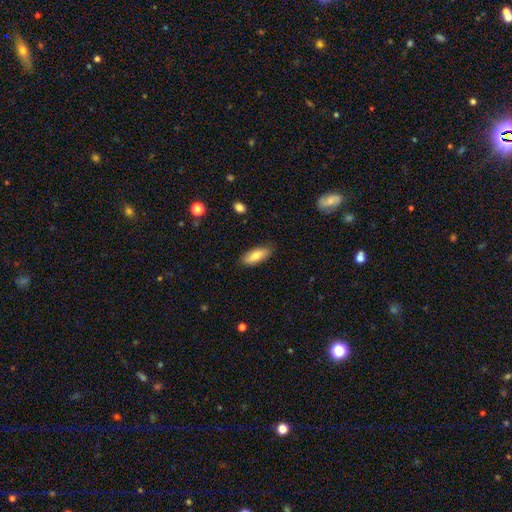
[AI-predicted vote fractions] The model was most divided on "how rounded": in between: 70%, cigar-shaped: 27%, round: 2%. More confident: merging — none (84%); smooth or featured — smooth (75%).